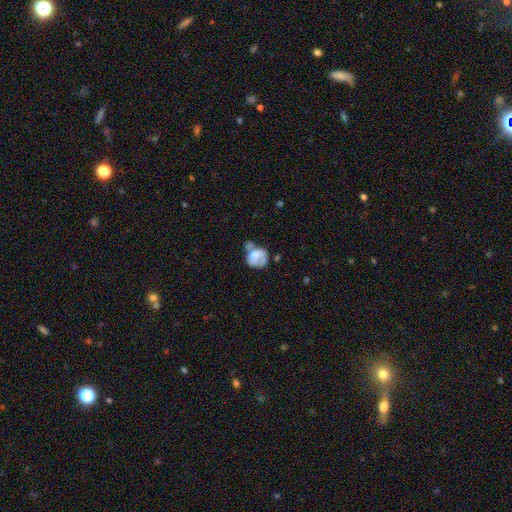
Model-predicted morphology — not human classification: The model was most divided on "merging": merger: 28%, none: 27%, minor disturbance: 23%, major disturbance: 21%. More confident: smooth or featured — smooth (60%); how rounded — round (60%).